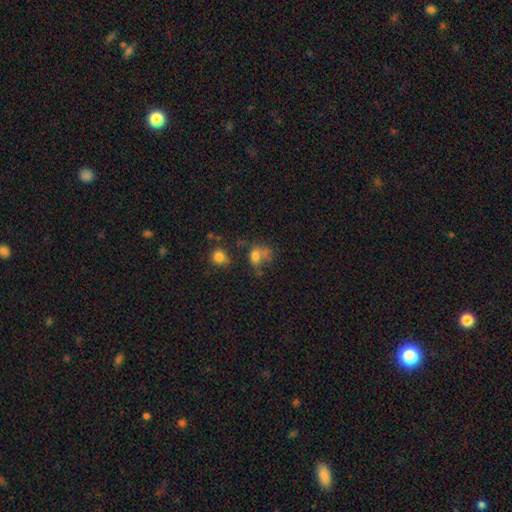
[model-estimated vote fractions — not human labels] The model was most divided on "merging": none: 34%, merger: 30%, minor disturbance: 18%, major disturbance: 17%. More confident: smooth or featured — smooth (69%); how rounded — in between (60%).